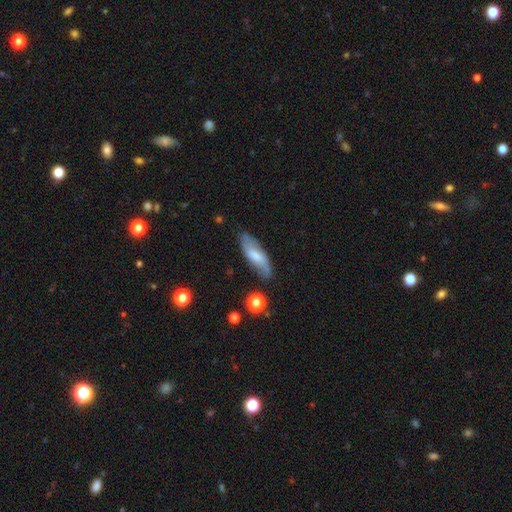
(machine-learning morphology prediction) Overall: smooth (60%; featured or disk 33%). How rounded: in between (60%; cigar-shaped 38%). Merging: none (74%).